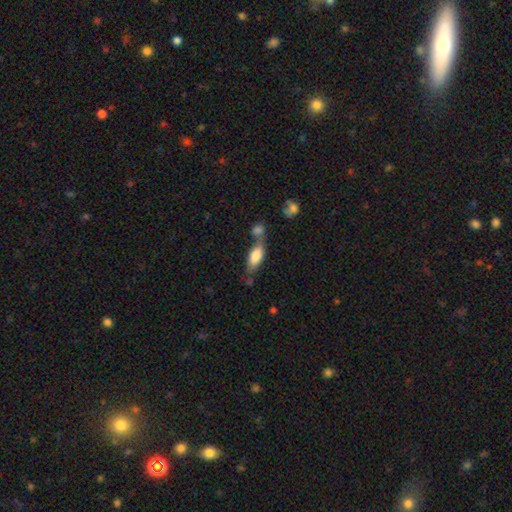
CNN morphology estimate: Smooth or featured? smooth (79%)
How rounded? in between (82%)
Merging? none (40%)